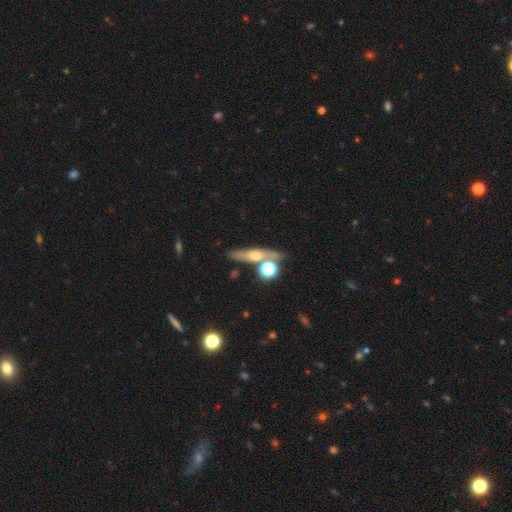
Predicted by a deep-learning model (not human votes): Smooth or featured: featured or disk — 48% (smooth — 39%)
Merging: none — 71% (merger — 14%)